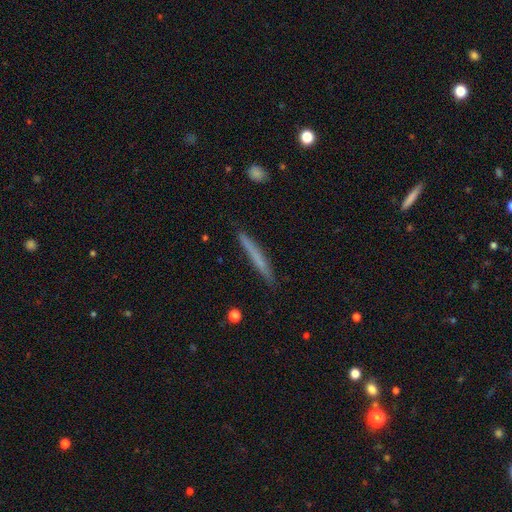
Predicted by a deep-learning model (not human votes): A smooth galaxy with no disk features (60%) that is cigar-shaped (97%).

Vote fractions:
- Smooth or featured? smooth: 60% / featured or disk: 33% / star or artifact: 7%
- How rounded? cigar-shaped: 97% / in between: 2% / round: 1%
- Merging? none: 88% / minor disturbance: 9% / major disturbance: 2% / merger: 1%